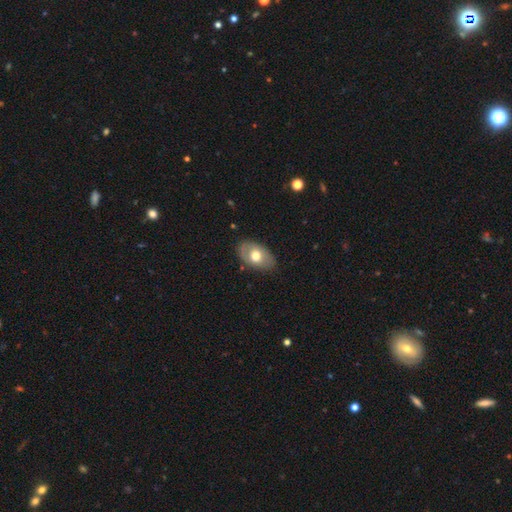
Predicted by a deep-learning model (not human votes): A smooth galaxy with no disk features (58%) that is in between round and cigar-shaped (88%). Merging: none (81%).